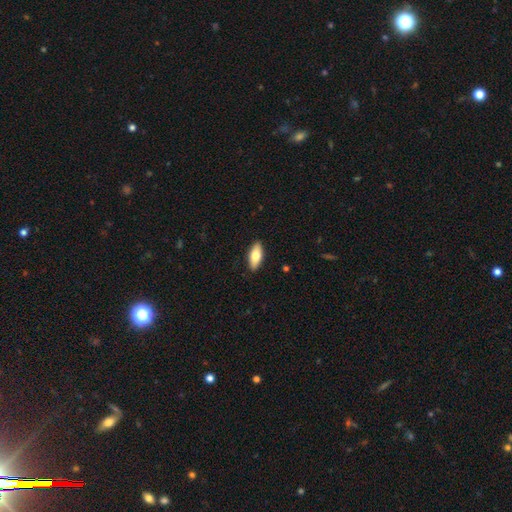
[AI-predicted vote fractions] Smooth or featured?
  - smooth: 74% *
  - featured or disk: 20%
  - star or artifact: 6%
How rounded?
  - in between: 80% *
  - cigar-shaped: 18%
  - round: 2%
Merging?
  - none: 90% *
  - minor disturbance: 8%
  - major disturbance: 2%
  - merger: 1%